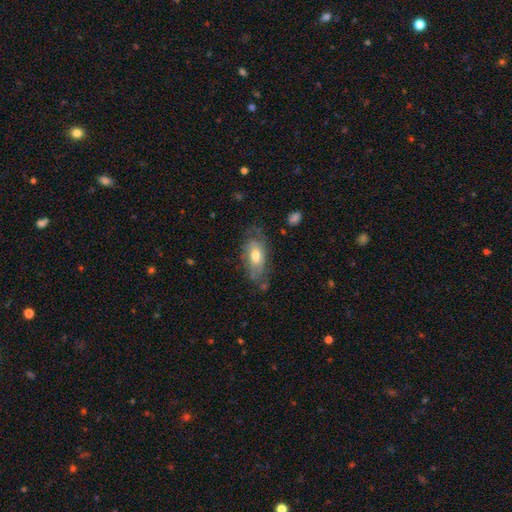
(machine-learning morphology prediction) Q: Smooth or featured?
A: smooth (53%); runner-up: featured or disk (41%)
Q: How rounded?
A: in between (87%); runner-up: cigar-shaped (9%)
Q: Merging?
A: none (59%); runner-up: minor disturbance (27%)